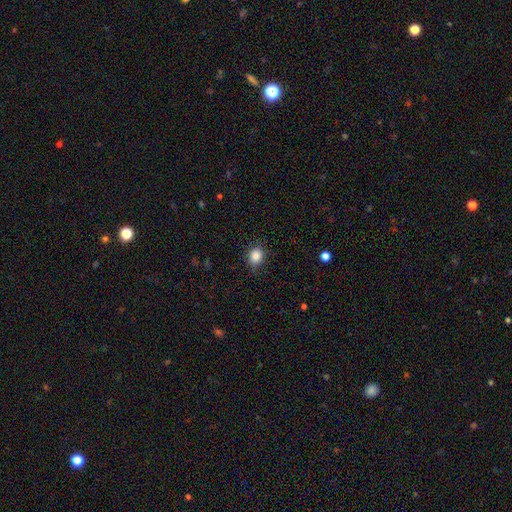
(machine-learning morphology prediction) A smooth galaxy with no disk features (86%) that is round (67%).

Vote fractions:
- Smooth or featured? smooth: 86% / star or artifact: 10% / featured or disk: 4%
- How rounded? round: 67% / in between: 32% / cigar-shaped: 1%
- Merging? none: 84% / minor disturbance: 12% / major disturbance: 3% / merger: 1%